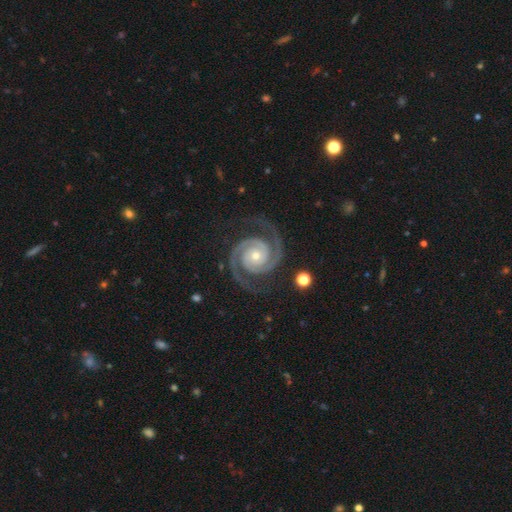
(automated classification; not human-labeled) Morphology: type=featured or disk (94%); edge-on=no (98%); bar=no (74%); spiral arms=yes (99%); winding=tight (66%); arm count=2 (94%); bulge=small (57%); merging=none (83%).